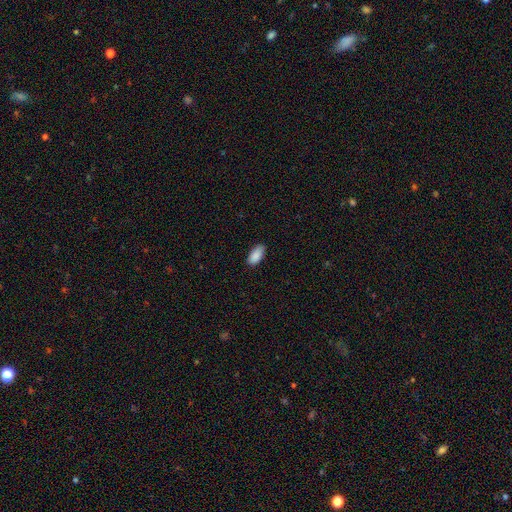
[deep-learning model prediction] The model was most divided on "merging": none: 86%, minor disturbance: 11%, major disturbance: 2%, merger: 1%. More confident: how rounded — in between (93%); smooth or featured — smooth (90%).